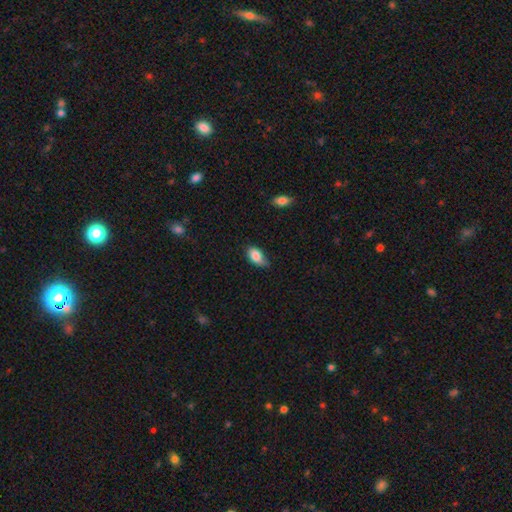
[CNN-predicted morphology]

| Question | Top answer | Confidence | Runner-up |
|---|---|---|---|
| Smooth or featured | smooth | 84% | featured or disk (9%) |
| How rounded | in between | 91% | round (6%) |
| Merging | none | 58% | minor disturbance (35%) |